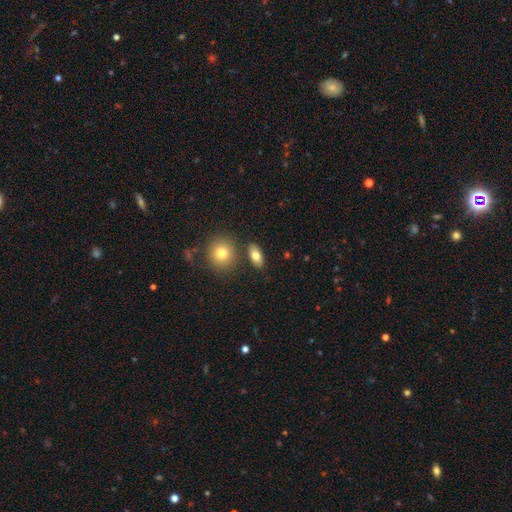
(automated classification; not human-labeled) Smooth or featured: smooth — 78% (featured or disk — 14%)
How rounded: in between — 83% (round — 9%)
Merging: none — 81% (minor disturbance — 9%)